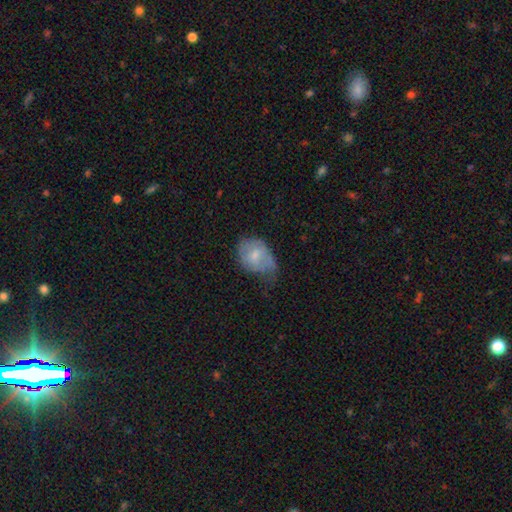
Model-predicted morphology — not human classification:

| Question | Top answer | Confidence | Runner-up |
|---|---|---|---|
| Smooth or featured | smooth | 58% | featured or disk (34%) |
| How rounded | in between | 69% | round (30%) |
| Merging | minor disturbance | 42% | none (28%) |